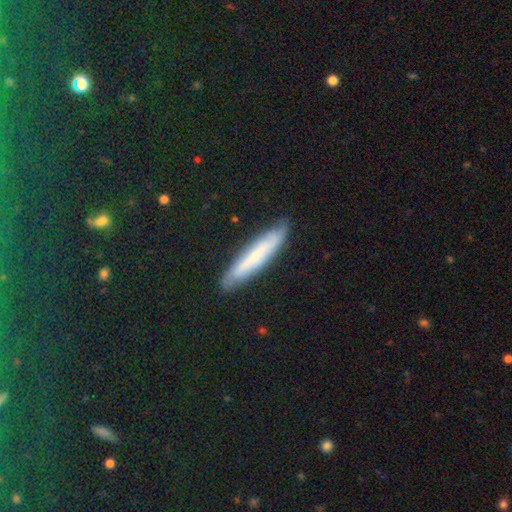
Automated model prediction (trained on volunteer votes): A smooth galaxy with no disk features (50%) that is cigar-shaped (89%). Merging: none (85%).